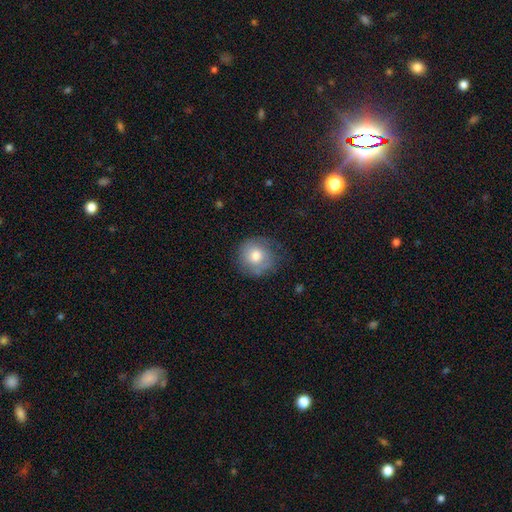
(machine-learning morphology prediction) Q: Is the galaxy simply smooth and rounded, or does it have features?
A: smooth — 68%.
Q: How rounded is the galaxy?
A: round — 89%.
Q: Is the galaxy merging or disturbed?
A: none — 69%.